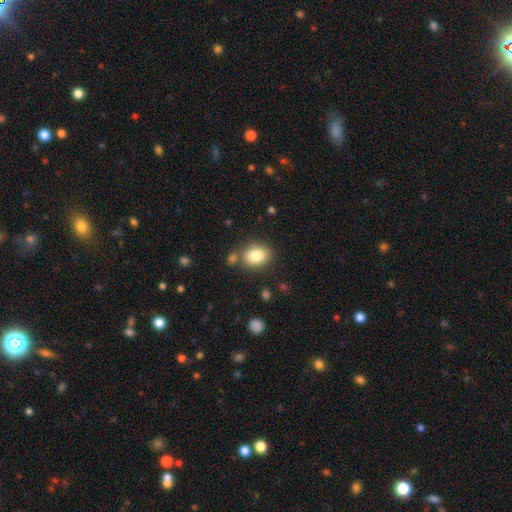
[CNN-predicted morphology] smooth 83%, star or artifact 9%, featured or disk 8%. Down the decision tree: how rounded — in between (54%); merging — none (74%).